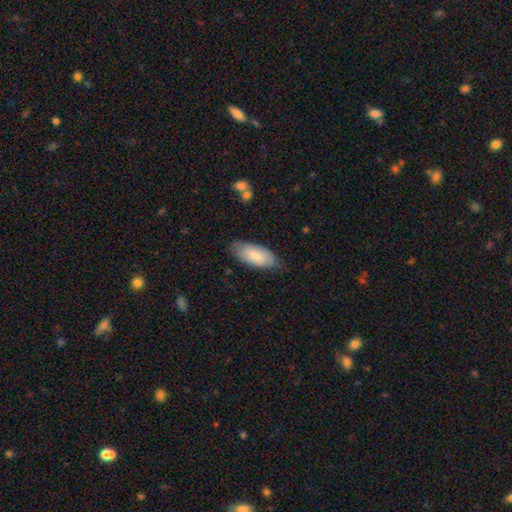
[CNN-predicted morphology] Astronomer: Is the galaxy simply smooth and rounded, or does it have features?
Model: smooth — 79%.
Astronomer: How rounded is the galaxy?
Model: in between — 89%.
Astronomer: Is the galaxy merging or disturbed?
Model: none — 75%.